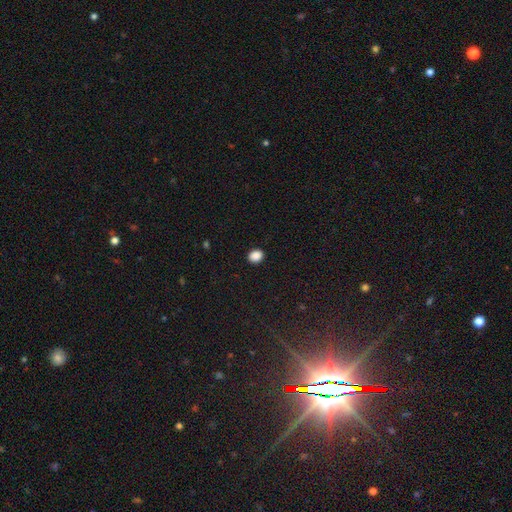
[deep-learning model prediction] smooth-or-featured: smooth: 88% | star or artifact: 10% | featured or disk: 2%
  how-rounded: round: 61% | in between: 38% | cigar-shaped: 1%
  merging: none: 90% | minor disturbance: 7% | major disturbance: 2% | merger: 1%